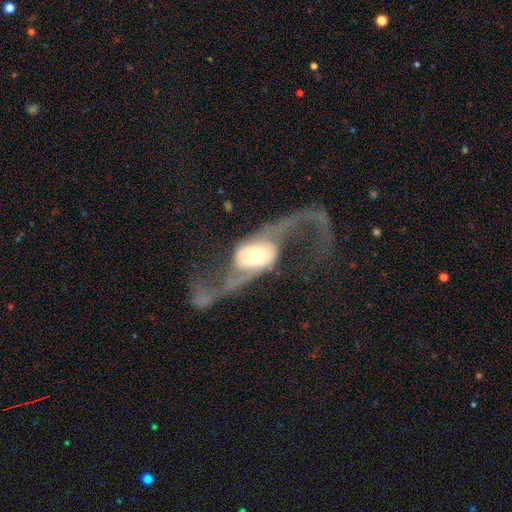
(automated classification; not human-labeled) featured or disk 76%, smooth 19%, star or artifact 6%. Down the decision tree: edge-on disk — no (90%); bar — no (53%); spiral arms — yes (75%); spiral arm count — 2 (86%); spiral winding — loose (80%); bulge size — moderate (41%); merging — major disturbance (58%).